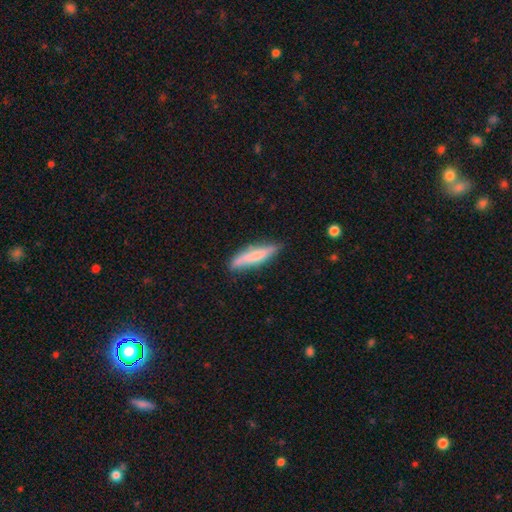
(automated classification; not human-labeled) Smooth or featured? smooth (67%)
How rounded? cigar-shaped (81%)
Merging? none (76%)